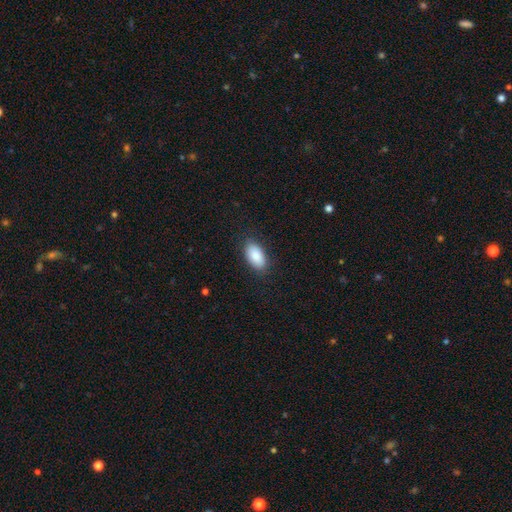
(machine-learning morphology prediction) This appears to be a smooth galaxy with no disk features (87%) that is in between round and cigar-shaped (94%). Merging: none (85%).